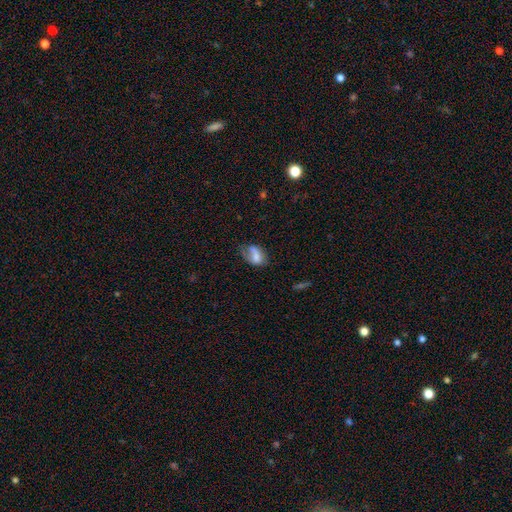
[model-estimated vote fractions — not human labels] A smooth galaxy with no disk features (65%) that is in between round and cigar-shaped (85%). Merging: none (35%).